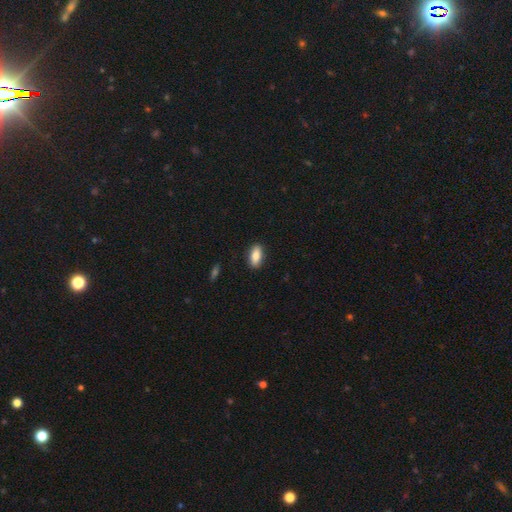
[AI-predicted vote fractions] This is clearly a smooth galaxy (83%). How rounded: clearly in between (86%). Merging: clearly none (89%).